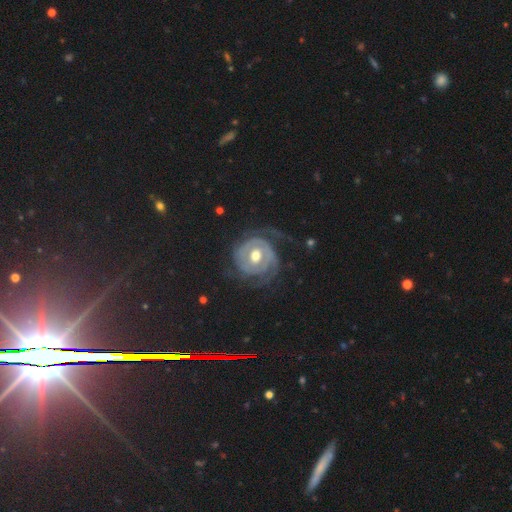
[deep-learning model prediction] Smooth or featured?
  - featured or disk: 84% *
  - smooth: 11%
  - star or artifact: 5%
Edge-on disk?
  - no: 97% *
  - yes: 3%
Bar?
  - no: 57% *
  - weak: 31%
  - strong: 11%
Spiral arms?
  - yes: 88% *
  - no: 12%
Spiral winding?
  - tight: 67% *
  - medium: 23%
  - loose: 10%
Spiral arm count?
  - 2: 37% *
  - can't tell: 26%
  - 3: 14%
  - 1: 13%
  - 4: 5%
  - more than 4: 5%
Bulge size?
  - moderate: 74% *
  - large: 16%
  - small: 8%
  - dominant: 1%
  - none: 1%
Merging?
  - none: 59% *
  - major disturbance: 20%
  - minor disturbance: 19%
  - merger: 2%